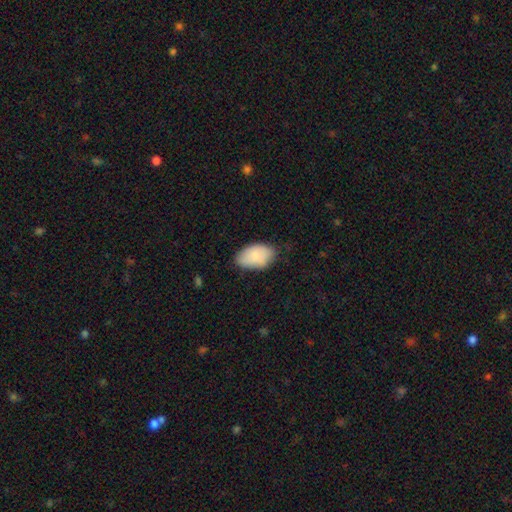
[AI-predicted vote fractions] smooth_or_featured: smooth (p=0.85) [alt: featured or disk p=0.09]
how_rounded: in between (p=0.93) [alt: round p=0.06]
merging: none (p=0.72) [alt: minor disturbance p=0.23]